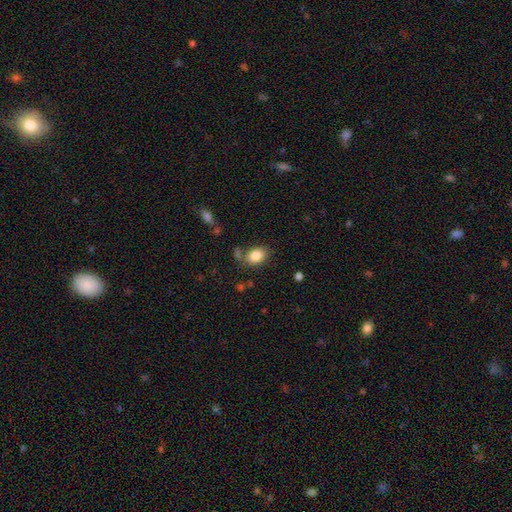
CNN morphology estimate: smooth-or-featured: smooth: 85% | star or artifact: 8% | featured or disk: 6%
  how-rounded: in between: 77% | round: 22% | cigar-shaped: 1%
  merging: none: 73% | minor disturbance: 14% | merger: 8% | major disturbance: 5%